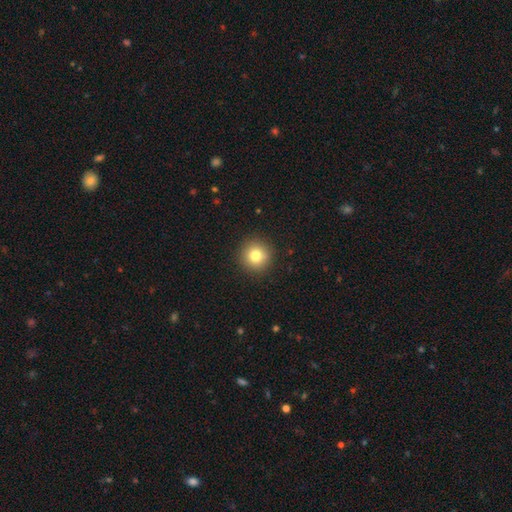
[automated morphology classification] type=smooth (80%); roundness=round (95%); merging=none (91%).